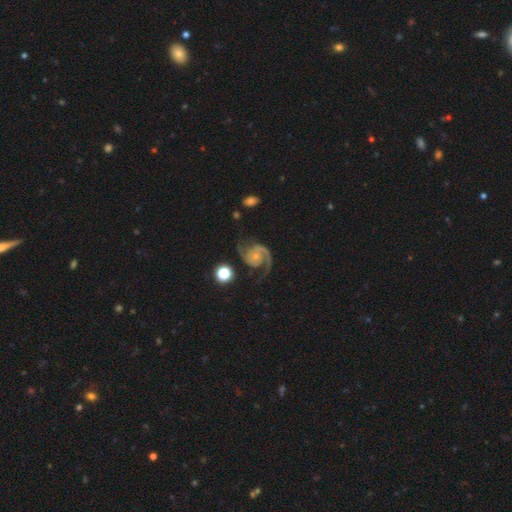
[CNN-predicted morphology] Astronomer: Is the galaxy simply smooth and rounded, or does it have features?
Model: featured or disk — 91%.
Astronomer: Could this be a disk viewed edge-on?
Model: no — 98%.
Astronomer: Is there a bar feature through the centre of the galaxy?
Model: no — 72%.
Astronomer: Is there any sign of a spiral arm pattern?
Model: yes — 98%.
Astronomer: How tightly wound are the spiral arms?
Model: medium — 54%.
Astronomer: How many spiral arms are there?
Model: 2 — 87%.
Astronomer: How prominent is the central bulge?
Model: small — 68%.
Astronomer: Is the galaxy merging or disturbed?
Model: none — 69%.